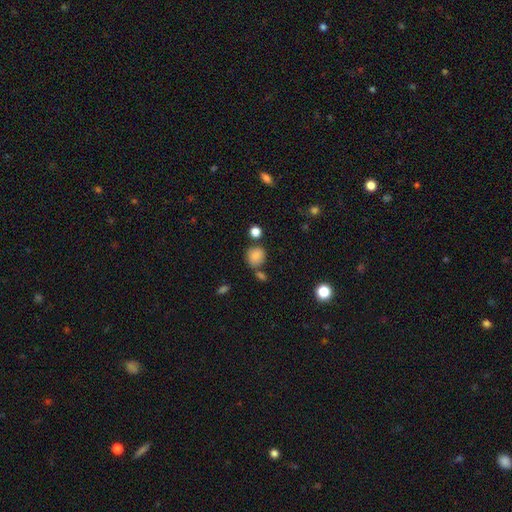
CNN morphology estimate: A smooth galaxy with no disk features (83%) that is round (77%). Merging: none (65%).